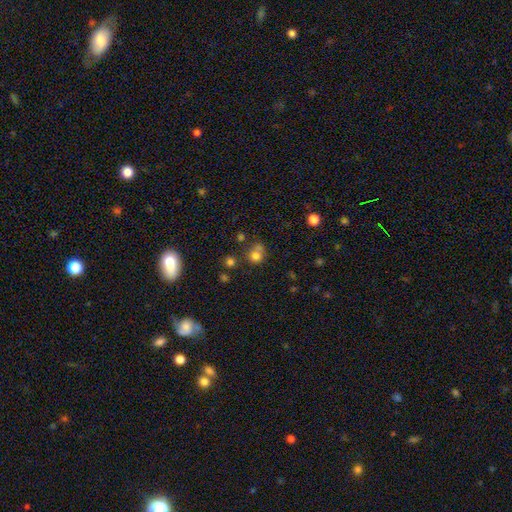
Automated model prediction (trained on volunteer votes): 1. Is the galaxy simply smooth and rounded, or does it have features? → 74% smooth, 16% star or artifact, 10% featured or disk.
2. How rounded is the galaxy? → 82% round, 17% in between, 1% cigar-shaped.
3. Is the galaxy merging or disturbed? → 50% none, 31% merger, 13% minor disturbance, 6% major disturbance.